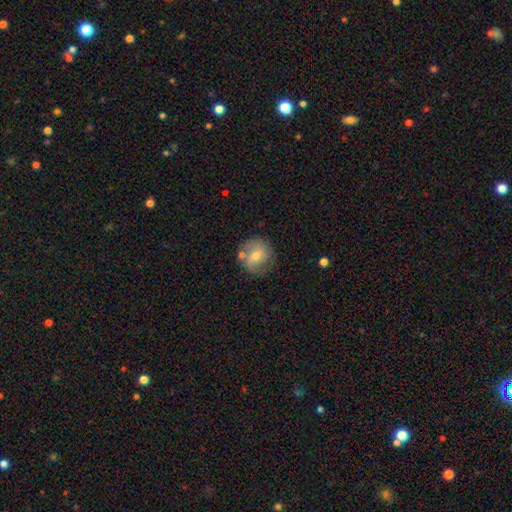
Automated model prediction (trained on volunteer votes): A smooth galaxy with no disk features (49%). Merging: none (66%).